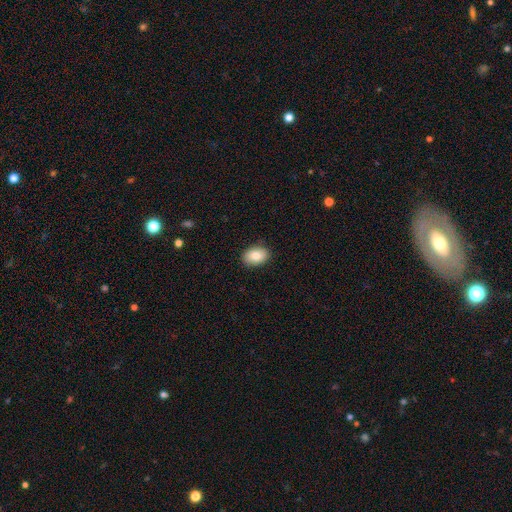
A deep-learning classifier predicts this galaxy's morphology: Smooth or featured?
  - smooth: 85% *
  - featured or disk: 8%
  - star or artifact: 7%
How rounded?
  - in between: 78% *
  - round: 21%
  - cigar-shaped: 1%
Merging?
  - none: 88% *
  - minor disturbance: 9%
  - major disturbance: 2%
  - merger: 1%